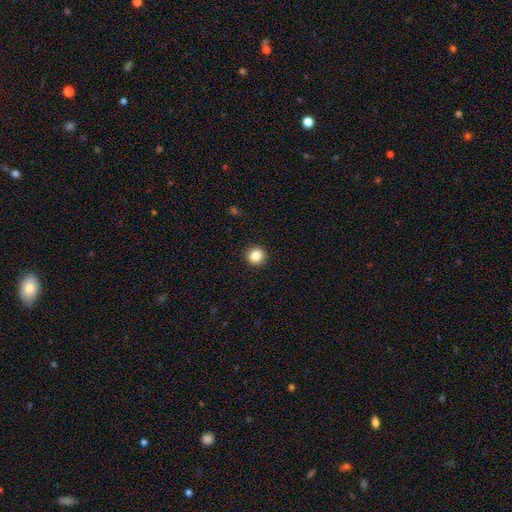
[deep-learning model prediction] smooth 85%, star or artifact 10%, featured or disk 5%. Down the decision tree: how rounded — round (94%); merging — none (93%).